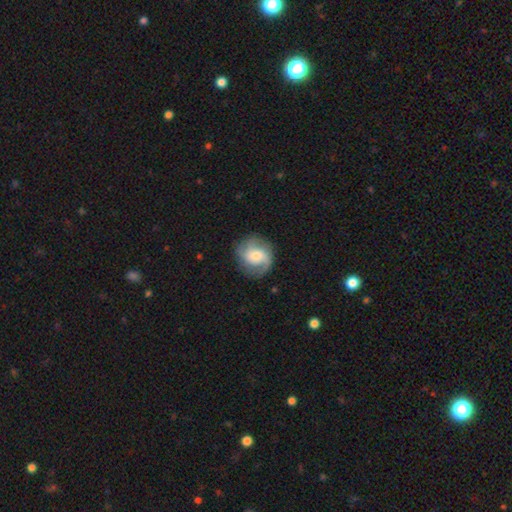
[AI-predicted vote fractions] Smooth or featured: featured or disk — 67% (smooth — 26%)
Edge-on disk: no — 98% (yes — 2%)
Bar: no — 56% (weak — 36%)
Spiral arms: yes — 93% (no — 7%)
Spiral winding: medium — 44% (loose — 29%)
Spiral arm count: 2 — 56% (can't tell — 15%)
Bulge size: moderate — 52% (small — 34%)
Merging: none — 77% (minor disturbance — 15%)